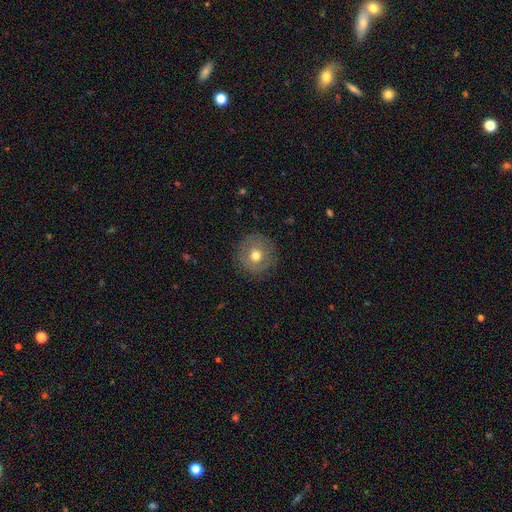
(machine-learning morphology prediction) Smooth or featured?
  - smooth: 63% *
  - featured or disk: 27%
  - star or artifact: 11%
How rounded?
  - round: 94% *
  - in between: 5%
  - cigar-shaped: 1%
Merging?
  - none: 86% *
  - minor disturbance: 9%
  - major disturbance: 4%
  - merger: 1%